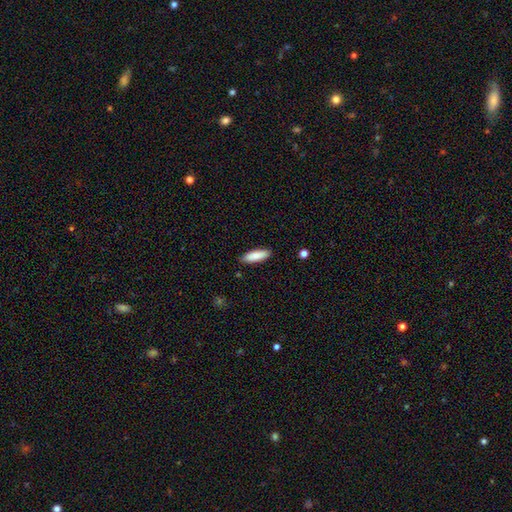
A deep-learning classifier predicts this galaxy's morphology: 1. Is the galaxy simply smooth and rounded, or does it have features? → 86% smooth, 8% featured or disk, 6% star or artifact.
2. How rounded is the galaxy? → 52% in between, 47% cigar-shaped, 2% round.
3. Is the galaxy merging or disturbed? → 87% none, 10% minor disturbance, 2% major disturbance, 1% merger.